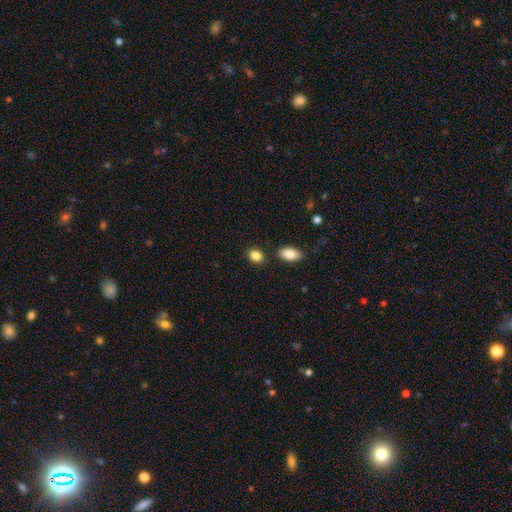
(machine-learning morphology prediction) Smooth or featured? Predicted: smooth (p=0.86). How rounded? Predicted: in between (p=0.60). Merging? Predicted: none (p=0.81).